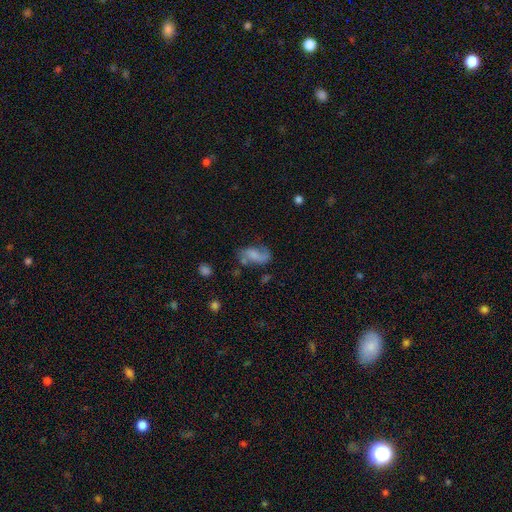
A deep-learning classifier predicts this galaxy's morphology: The model was most divided on "smooth or featured": smooth: 46%, featured or disk: 44%, star or artifact: 10%. Remaining: merging — none (46%).